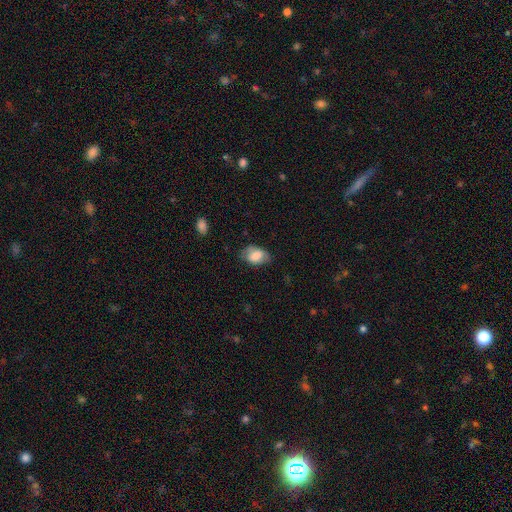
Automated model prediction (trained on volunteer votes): Smooth or featured?
  - smooth: 75% *
  - featured or disk: 17%
  - star or artifact: 8%
How rounded?
  - in between: 87% *
  - round: 12%
  - cigar-shaped: 1%
Merging?
  - none: 63% *
  - minor disturbance: 27%
  - major disturbance: 9%
  - merger: 2%